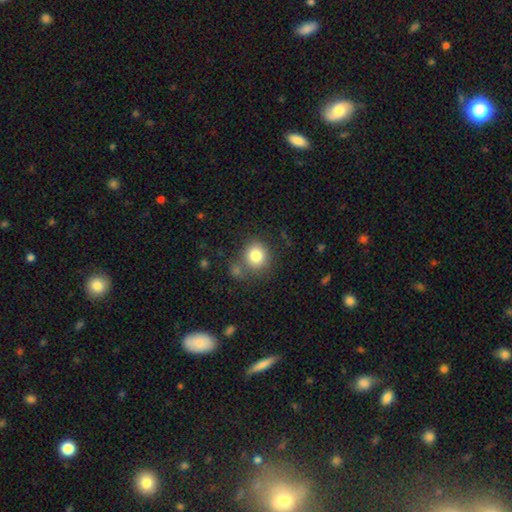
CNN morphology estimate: Smooth or featured?
  - smooth: 81% *
  - star or artifact: 10%
  - featured or disk: 8%
How rounded?
  - round: 82% *
  - in between: 18%
  - cigar-shaped: 1%
Merging?
  - none: 69% *
  - minor disturbance: 13%
  - merger: 13%
  - major disturbance: 5%